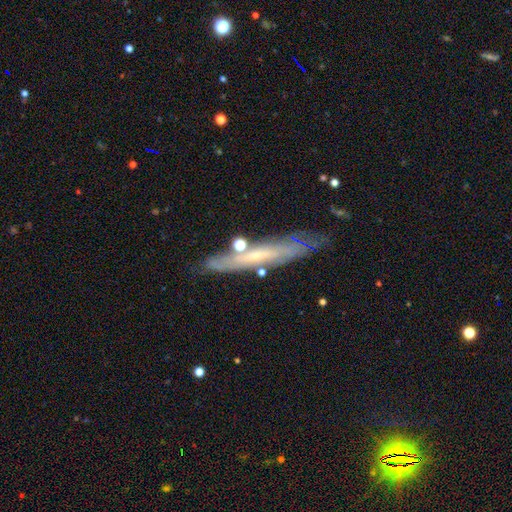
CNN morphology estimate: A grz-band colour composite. It shows a featured or disk galaxy (64%) viewed edge-on (67%). Merging: none (70%).